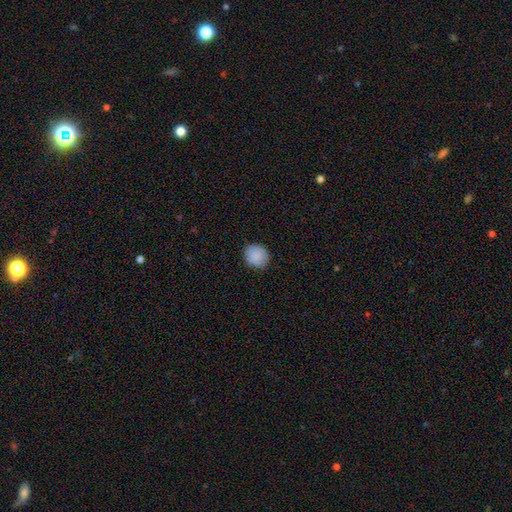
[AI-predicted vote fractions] Q: Smooth or featured?
A: smooth (88%); runner-up: star or artifact (8%)
Q: How rounded?
A: round (82%); runner-up: in between (17%)
Q: Merging?
A: none (87%); runner-up: minor disturbance (10%)